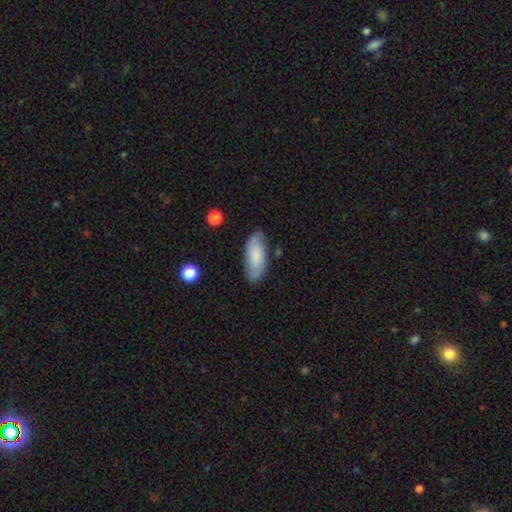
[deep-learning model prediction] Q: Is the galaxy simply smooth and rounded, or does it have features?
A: smooth — 60%.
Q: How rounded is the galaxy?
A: in between — 86%.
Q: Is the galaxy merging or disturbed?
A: none — 80%.